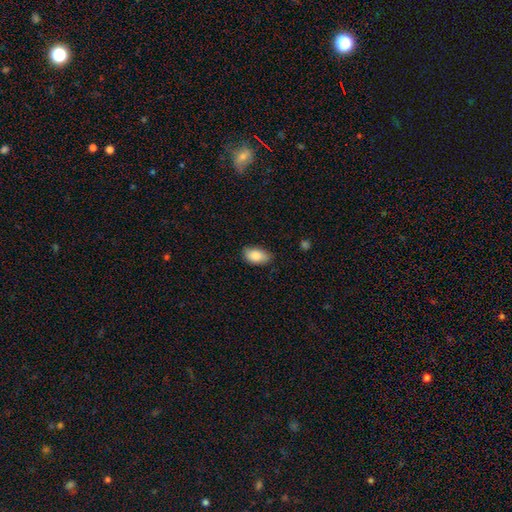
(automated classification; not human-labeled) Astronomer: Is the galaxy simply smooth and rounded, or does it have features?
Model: smooth — 87%.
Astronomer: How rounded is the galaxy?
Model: in between — 93%.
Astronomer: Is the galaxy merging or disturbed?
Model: none — 74%.